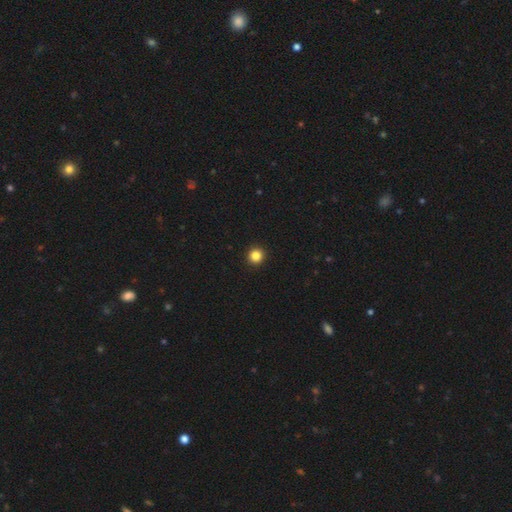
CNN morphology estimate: Smooth or featured? Predicted: smooth (p=0.86). How rounded? Predicted: round (p=0.95). Merging? Predicted: none (p=0.94).